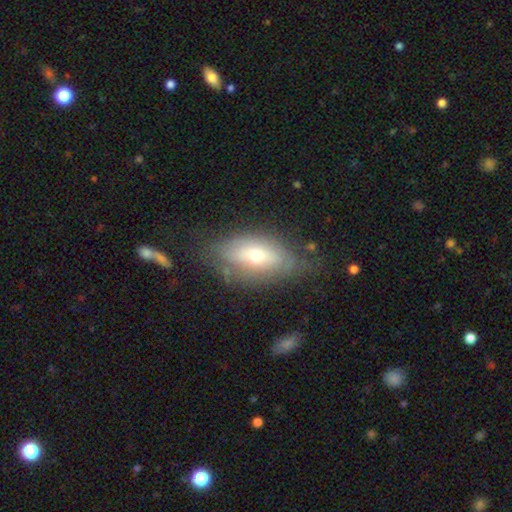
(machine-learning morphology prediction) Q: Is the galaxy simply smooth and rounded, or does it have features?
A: smooth — 49%.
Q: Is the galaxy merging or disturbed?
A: none — 61%.